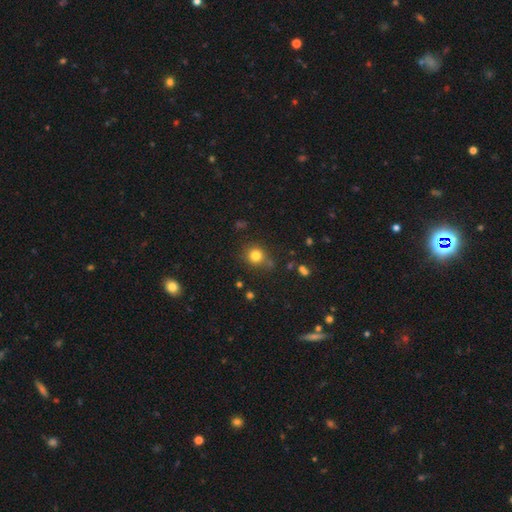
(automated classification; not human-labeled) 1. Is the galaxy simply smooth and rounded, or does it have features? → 80% smooth, 13% star or artifact, 6% featured or disk.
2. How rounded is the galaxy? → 87% round, 12% in between, 1% cigar-shaped.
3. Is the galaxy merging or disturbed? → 78% none, 13% minor disturbance, 5% merger, 4% major disturbance.